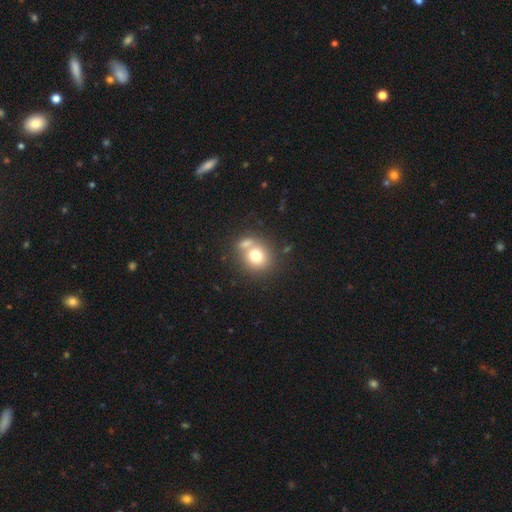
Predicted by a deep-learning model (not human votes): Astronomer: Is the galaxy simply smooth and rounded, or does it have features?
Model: smooth — 73%.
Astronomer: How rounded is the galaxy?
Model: round — 79%.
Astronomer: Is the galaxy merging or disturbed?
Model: none — 50% (runner-up: merger, 34%).